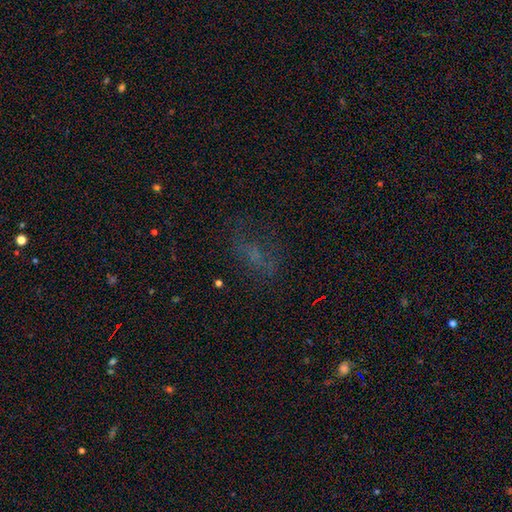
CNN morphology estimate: smooth 40%, star or artifact 31%, featured or disk 29%. Down the decision tree: merging — none (55%).